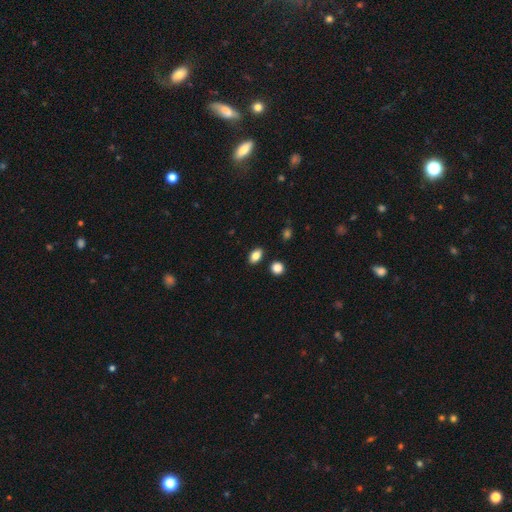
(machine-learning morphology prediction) Smooth or featured? Predicted: smooth (p=0.84). How rounded? Predicted: in between (p=0.84). Merging? Predicted: none (p=0.87).